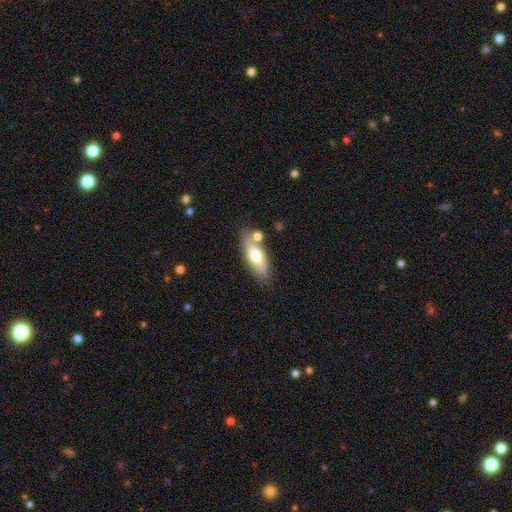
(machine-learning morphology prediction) This is possibly a smooth galaxy (59%). How rounded: likely in between (61%). Merging: likely none (71%).